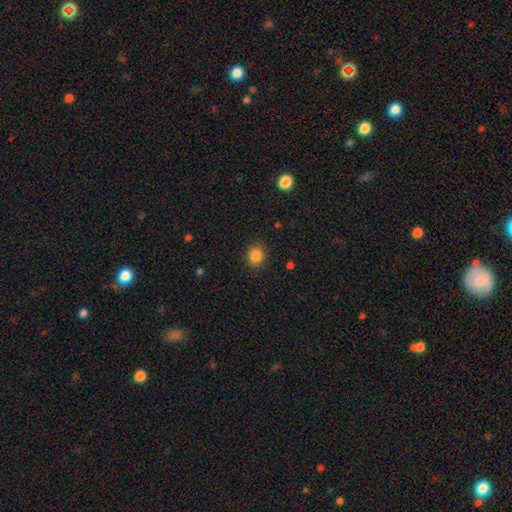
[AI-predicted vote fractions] The model was most divided on "how rounded": round: 73%, in between: 26%, cigar-shaped: 1%. More confident: merging — none (89%); smooth or featured — smooth (85%).